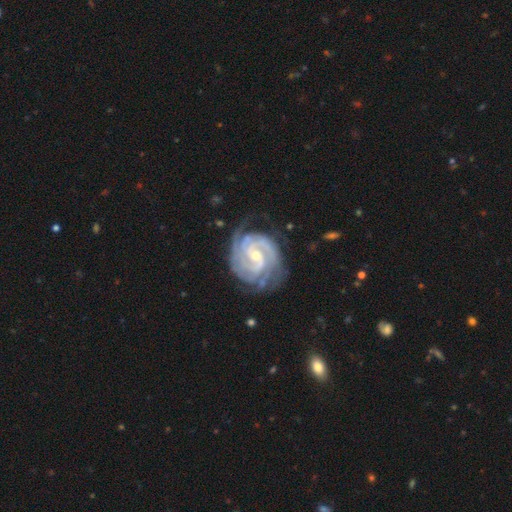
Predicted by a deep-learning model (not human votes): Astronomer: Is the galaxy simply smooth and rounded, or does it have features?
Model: featured or disk — 93%.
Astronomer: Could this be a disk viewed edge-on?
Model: no — 98%.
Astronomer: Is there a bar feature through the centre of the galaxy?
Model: weak — 48% (runner-up: no, 30%).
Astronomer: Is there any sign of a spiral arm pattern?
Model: yes — 99%.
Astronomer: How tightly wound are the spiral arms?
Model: tight — 74%.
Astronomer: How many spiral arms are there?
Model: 2 — 32% (runner-up: 3, 28%).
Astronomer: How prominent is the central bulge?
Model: small — 60% (runner-up: moderate, 37%).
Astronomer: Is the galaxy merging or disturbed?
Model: none — 72%.